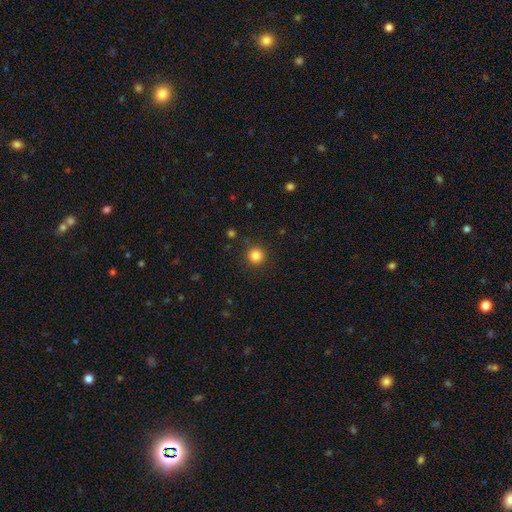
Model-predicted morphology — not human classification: smooth 84%, star or artifact 12%, featured or disk 4%. Down the decision tree: how rounded — round (95%); merging — none (91%).